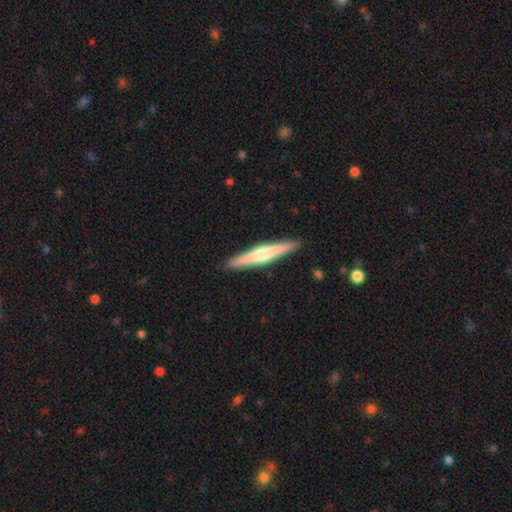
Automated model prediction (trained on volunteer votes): This is possibly a featured or disk galaxy (54%). It is clearly viewed edge-on (97%). Edge-on bulge: likely rounded (72%). Merging: clearly none (91%).